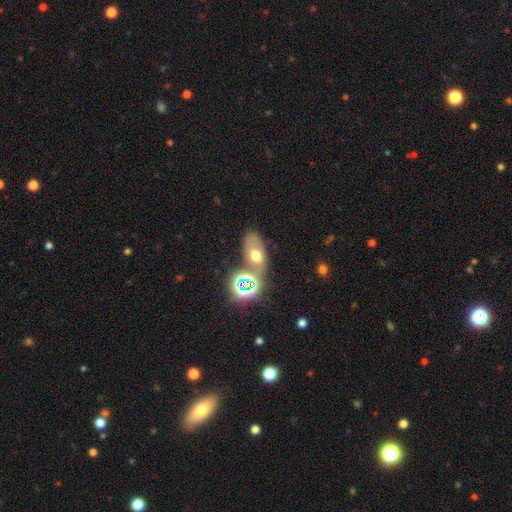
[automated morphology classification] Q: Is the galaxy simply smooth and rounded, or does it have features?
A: smooth — 48%.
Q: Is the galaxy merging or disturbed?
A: none — 50%.